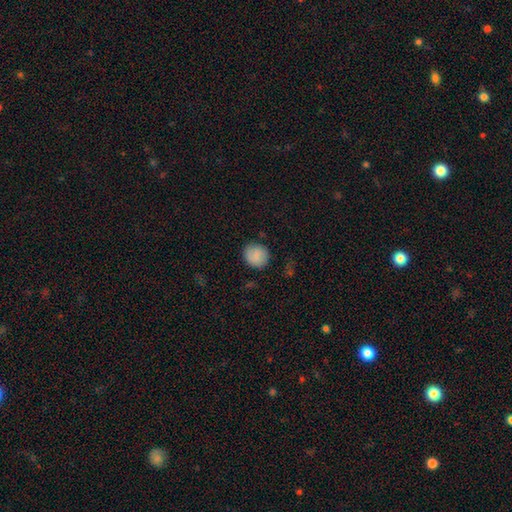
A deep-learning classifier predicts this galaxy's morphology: This appears to be a smooth galaxy with no disk features (85%) that is round (86%). Merging: none (81%).